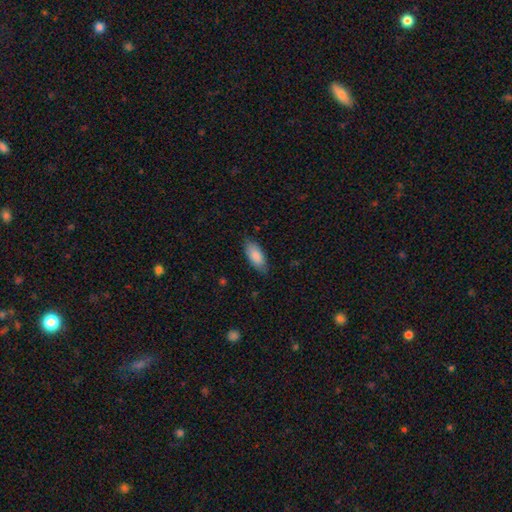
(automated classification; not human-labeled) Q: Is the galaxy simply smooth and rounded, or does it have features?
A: smooth — 87%.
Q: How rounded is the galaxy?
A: in between — 86%.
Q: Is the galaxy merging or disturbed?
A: none — 83%.